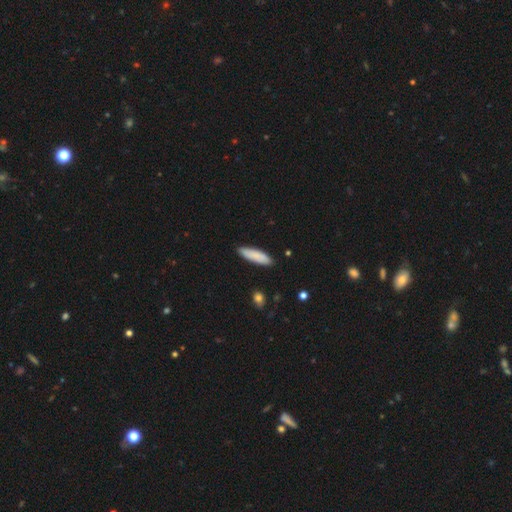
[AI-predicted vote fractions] Smooth or featured? smooth (85%)
How rounded? cigar-shaped (69%)
Merging? none (88%)